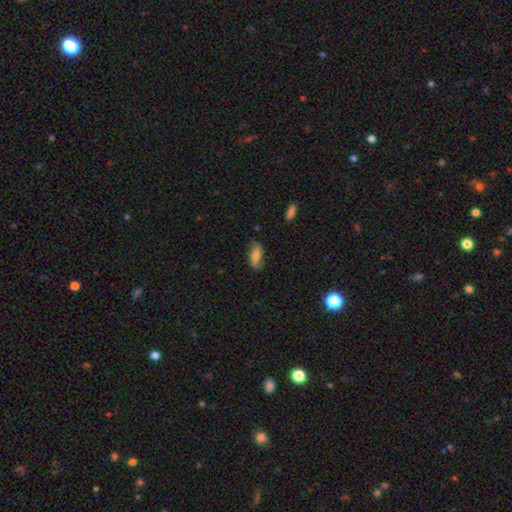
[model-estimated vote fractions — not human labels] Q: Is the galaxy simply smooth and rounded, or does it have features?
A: smooth — 69%.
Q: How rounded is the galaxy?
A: in between — 70%.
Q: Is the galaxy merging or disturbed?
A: none — 76%.